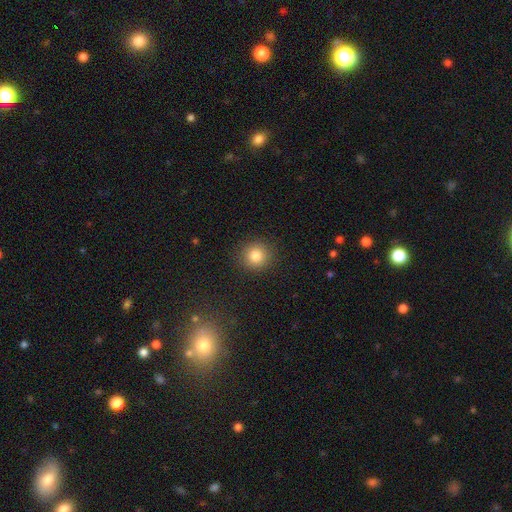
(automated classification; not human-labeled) This is clearly a smooth galaxy (82%). How rounded: clearly round (92%). Merging: clearly none (90%).